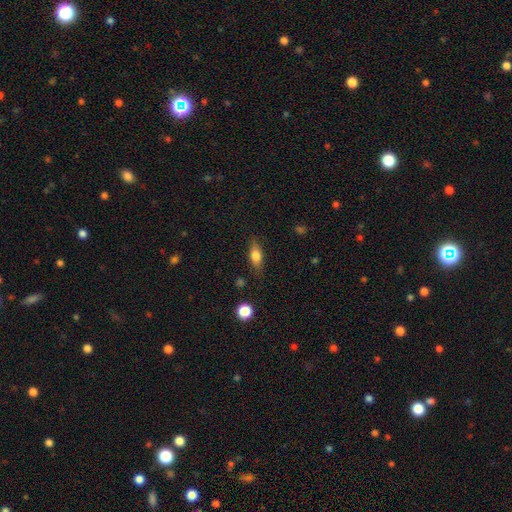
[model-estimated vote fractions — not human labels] Q: Smooth or featured?
A: smooth (66%); runner-up: featured or disk (25%)
Q: How rounded?
A: in between (69%); runner-up: cigar-shaped (24%)
Q: Merging?
A: none (81%); runner-up: minor disturbance (14%)